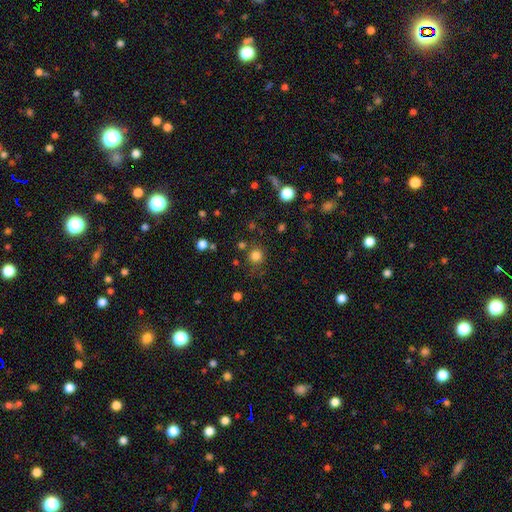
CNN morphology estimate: Smooth or featured? smooth (81%)
How rounded? round (91%)
Merging? none (80%)